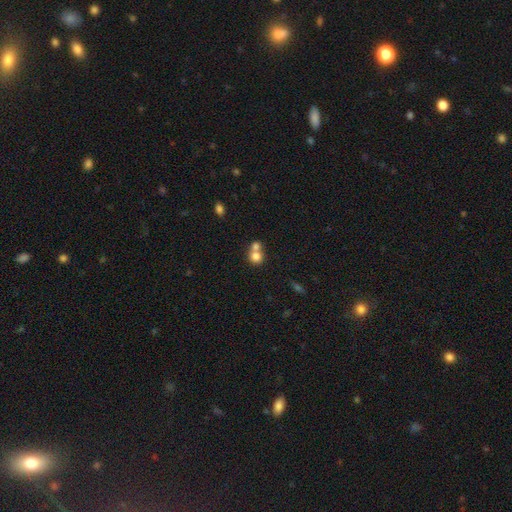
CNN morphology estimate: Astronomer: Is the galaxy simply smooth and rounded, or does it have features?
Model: smooth — 77%.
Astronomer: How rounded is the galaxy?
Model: round — 81%.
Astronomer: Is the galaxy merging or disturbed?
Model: merger — 58% (runner-up: none, 34%).